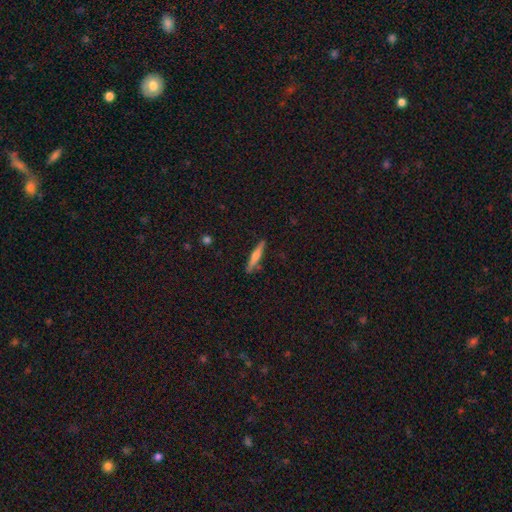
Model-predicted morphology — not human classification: Overall: smooth (48%; featured or disk 46%). Merging: none (87%).